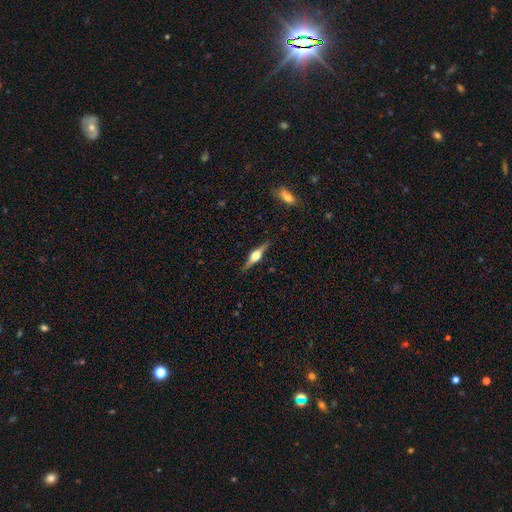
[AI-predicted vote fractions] Smooth or featured: featured or disk — 76% (smooth — 18%)
Edge-on disk: yes — 97% (no — 3%)
Edge-on bulge: rounded — 92% (boxy — 6%)
Merging: none — 87% (minor disturbance — 9%)